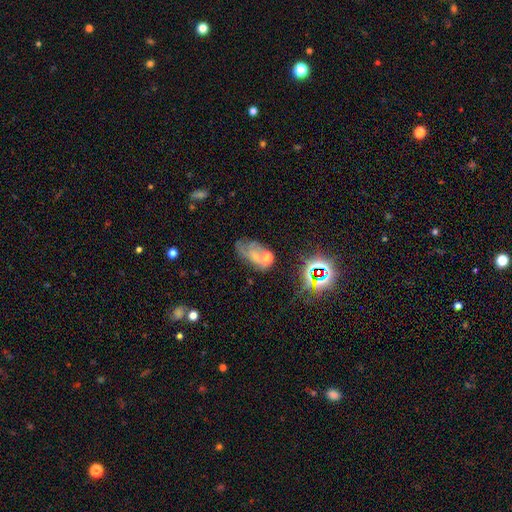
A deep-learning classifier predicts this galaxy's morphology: A featured or disk galaxy (37%). Merging: none (36%).